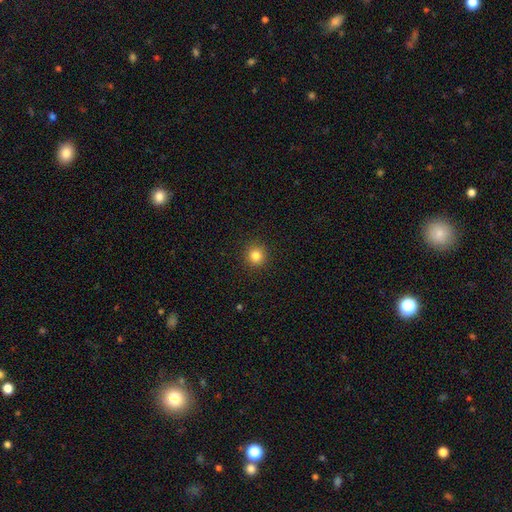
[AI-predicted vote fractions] smooth 82%, star or artifact 12%, featured or disk 5%. Down the decision tree: how rounded — round (95%); merging — none (92%).